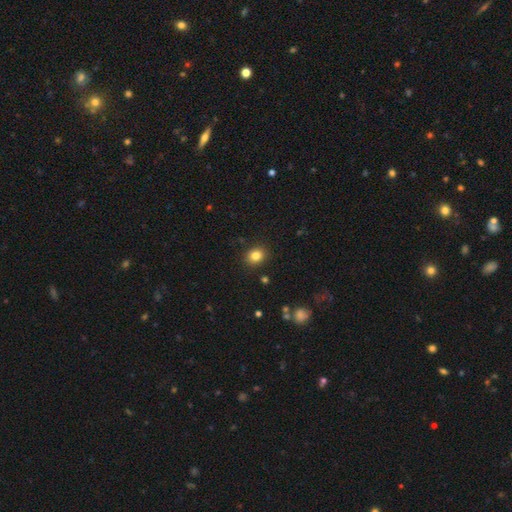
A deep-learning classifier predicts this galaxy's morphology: Smooth or featured: smooth — 83% (star or artifact — 11%)
How rounded: round — 67% (in between — 32%)
Merging: none — 90% (minor disturbance — 7%)